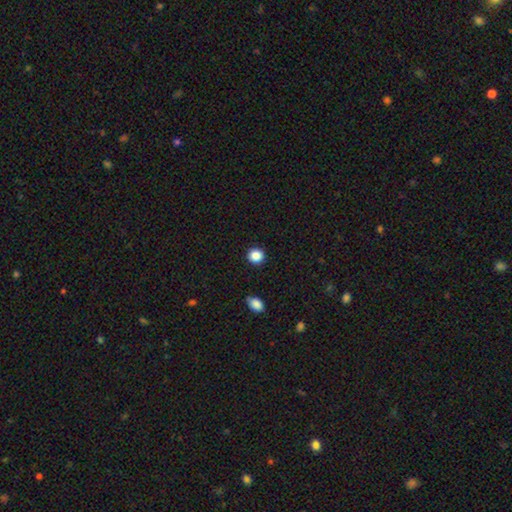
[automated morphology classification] Smooth or featured?
  - smooth: 87% *
  - star or artifact: 10%
  - featured or disk: 3%
How rounded?
  - round: 90% *
  - in between: 9%
  - cigar-shaped: 1%
Merging?
  - none: 91% *
  - minor disturbance: 5%
  - major disturbance: 2%
  - merger: 1%